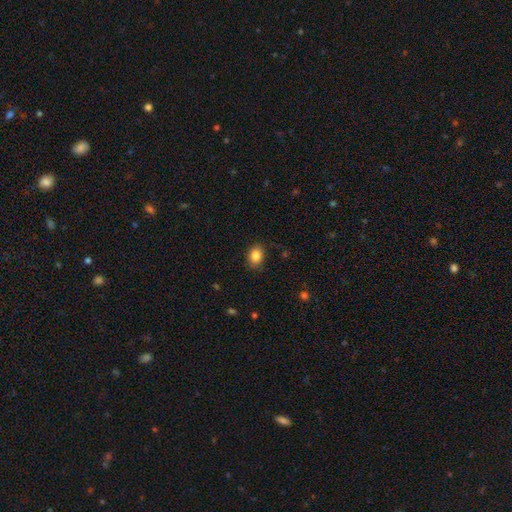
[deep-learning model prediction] smooth 86%, star or artifact 9%, featured or disk 5%. Down the decision tree: how rounded — in between (69%); merging — none (85%).